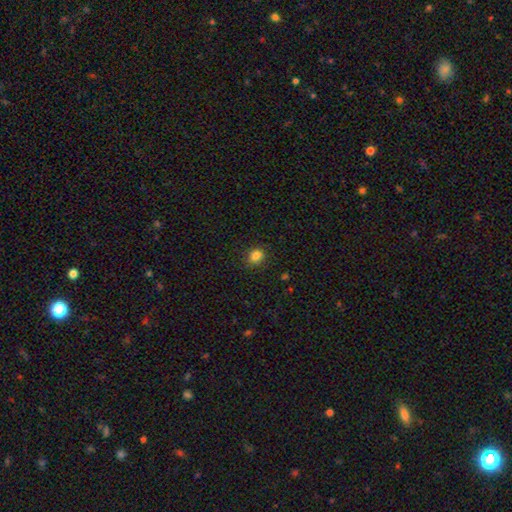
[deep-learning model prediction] Smooth or featured? Predicted: smooth (p=0.82). How rounded? Predicted: round (p=0.58). Merging? Predicted: none (p=0.82).